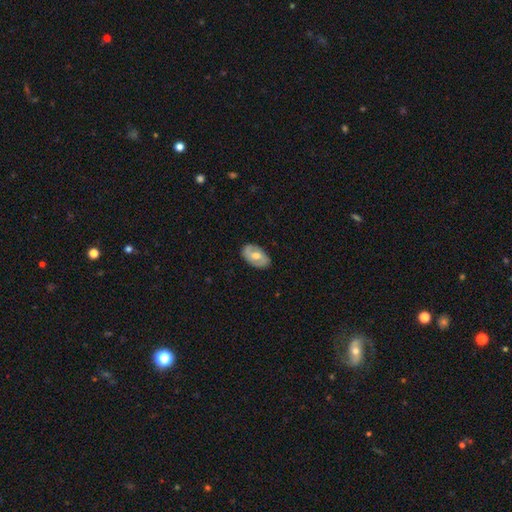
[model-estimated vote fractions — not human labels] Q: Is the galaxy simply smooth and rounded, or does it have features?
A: smooth — 47%, tied with featured or disk.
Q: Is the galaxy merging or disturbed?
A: none — 85%.